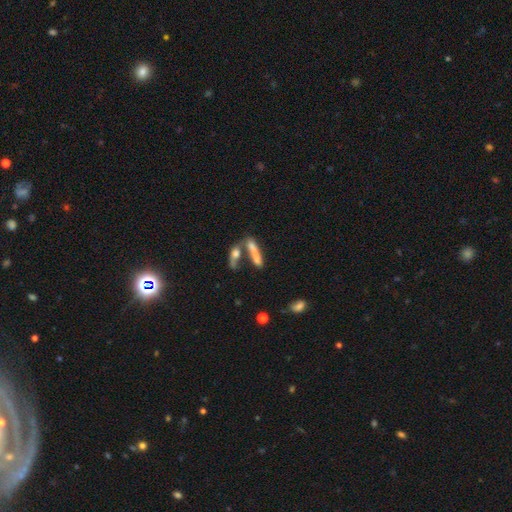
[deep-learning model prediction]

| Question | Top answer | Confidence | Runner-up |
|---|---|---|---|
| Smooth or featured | smooth | 63% | featured or disk (26%) |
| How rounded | cigar-shaped | 78% | in between (19%) |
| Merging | merger | 44% | none (37%) |